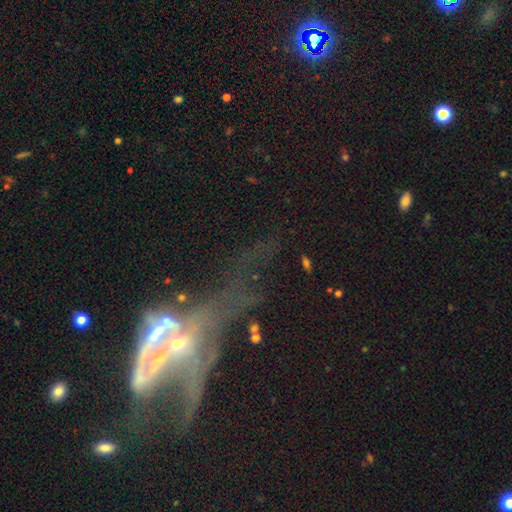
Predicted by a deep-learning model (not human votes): Morphology: type=featured or disk (60%); edge-on=no (83%); merging=merger (40%).